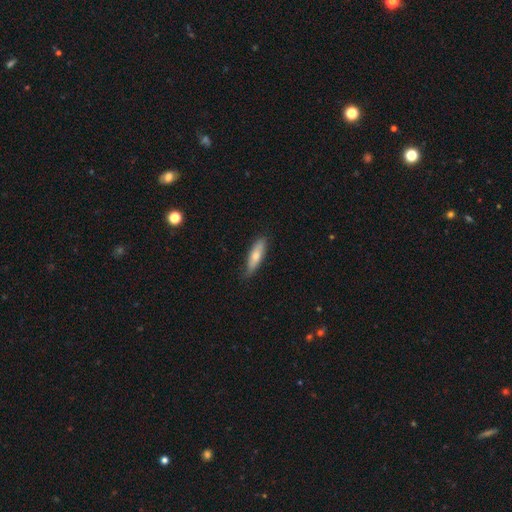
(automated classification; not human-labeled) Smooth or featured?
  - smooth: 69% *
  - featured or disk: 25%
  - star or artifact: 6%
How rounded?
  - cigar-shaped: 61% *
  - in between: 37%
  - round: 2%
Merging?
  - none: 78% *
  - minor disturbance: 18%
  - major disturbance: 3%
  - merger: 1%